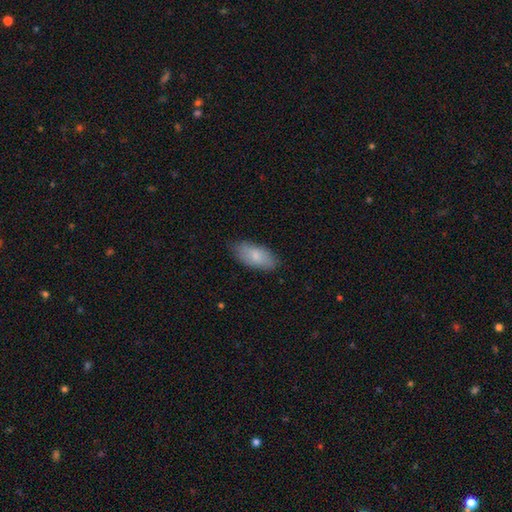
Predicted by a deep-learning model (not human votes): Smooth or featured?
  - smooth: 80% *
  - featured or disk: 14%
  - star or artifact: 6%
How rounded?
  - in between: 90% *
  - cigar-shaped: 8%
  - round: 2%
Merging?
  - none: 79% *
  - minor disturbance: 17%
  - major disturbance: 3%
  - merger: 1%